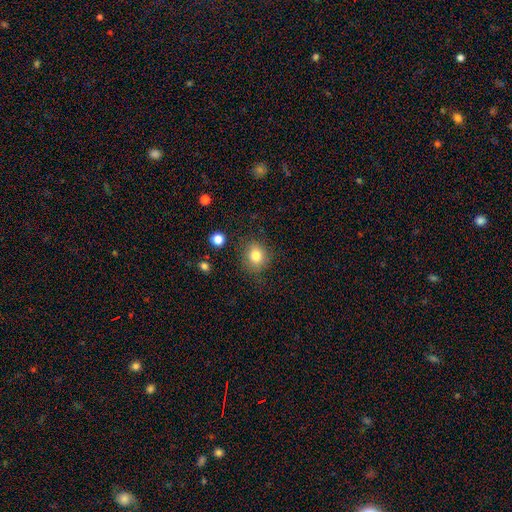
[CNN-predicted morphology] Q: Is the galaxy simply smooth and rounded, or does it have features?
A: smooth — 81%.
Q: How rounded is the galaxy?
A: round — 76%.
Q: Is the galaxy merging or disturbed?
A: none — 81%.